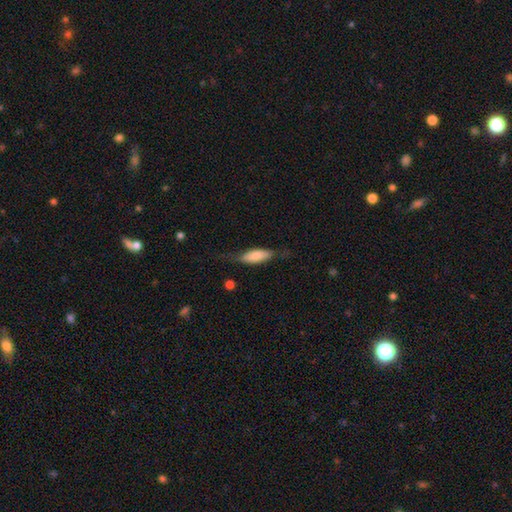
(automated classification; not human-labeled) The model was most divided on "how rounded": in between: 56%, cigar-shaped: 42%, round: 2%. More confident: smooth or featured — smooth (71%); merging — none (63%).